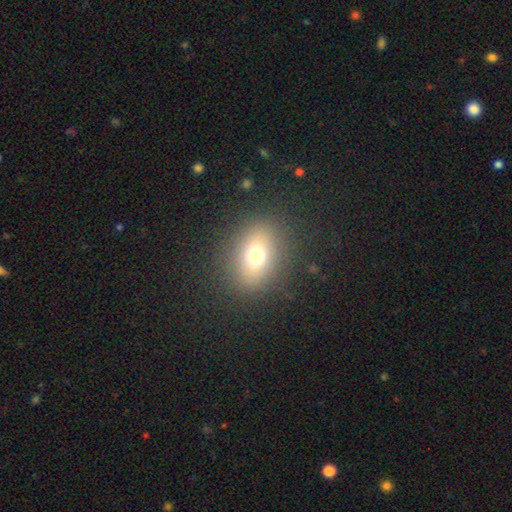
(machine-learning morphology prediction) The model was most divided on "how rounded": round: 52%, in between: 47%, cigar-shaped: 2%. More confident: merging — none (86%); smooth or featured — smooth (68%).